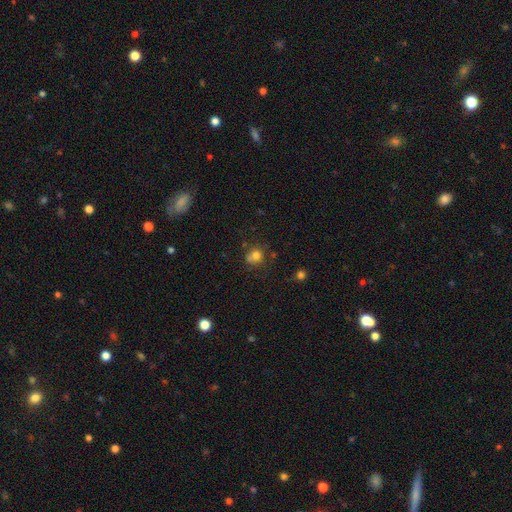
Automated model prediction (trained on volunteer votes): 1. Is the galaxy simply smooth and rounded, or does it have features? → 76% smooth, 14% star or artifact, 10% featured or disk.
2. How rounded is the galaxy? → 77% round, 22% in between, 1% cigar-shaped.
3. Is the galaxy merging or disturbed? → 59% none, 19% minor disturbance, 15% merger, 7% major disturbance.